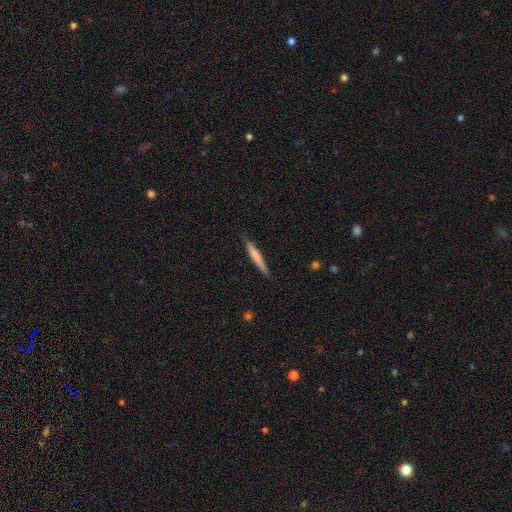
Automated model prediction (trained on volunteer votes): The model was most divided on "smooth or featured": smooth: 70%, featured or disk: 25%, star or artifact: 5%. More confident: how rounded — cigar-shaped (95%); merging — none (86%).